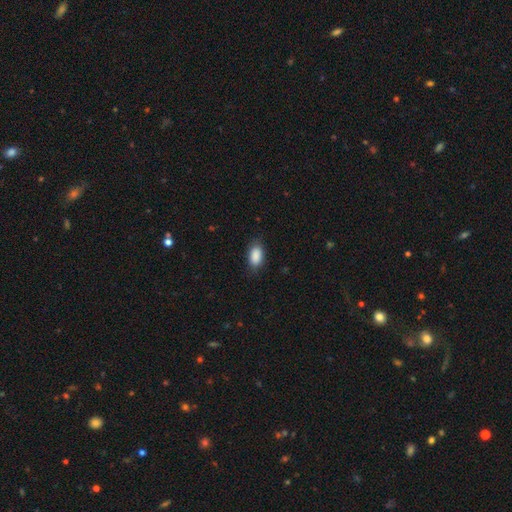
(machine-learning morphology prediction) This appears to be a smooth galaxy with no disk features (89%) that is in between round and cigar-shaped (92%). Merging: none (82%).